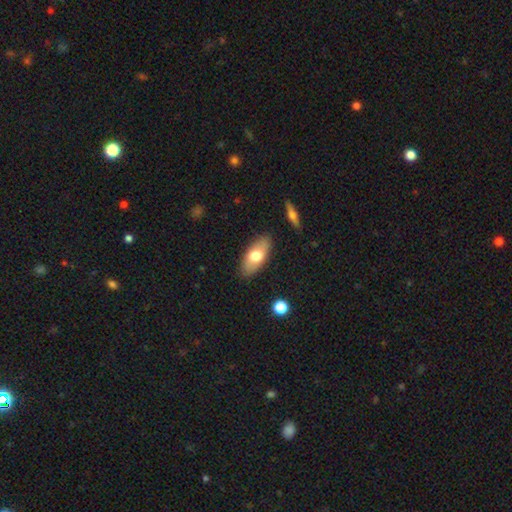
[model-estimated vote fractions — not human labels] Overall: smooth (69%). How rounded: in between (87%). Merging: none (85%).